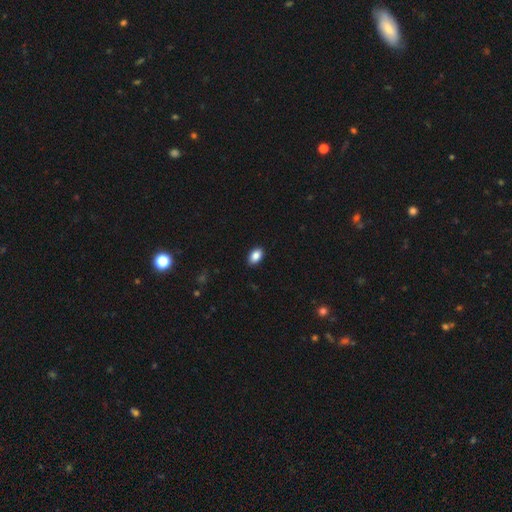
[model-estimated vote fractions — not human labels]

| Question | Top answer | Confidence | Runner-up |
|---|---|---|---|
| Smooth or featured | smooth | 87% | star or artifact (8%) |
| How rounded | in between | 90% | round (9%) |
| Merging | none | 90% | minor disturbance (8%) |